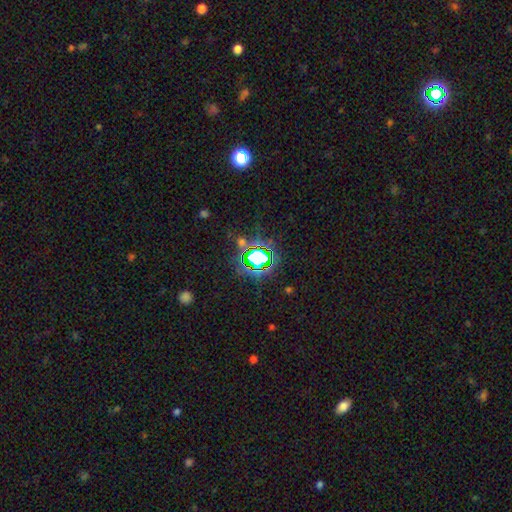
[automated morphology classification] Smooth or featured? Predicted: star or artifact (p=0.73).